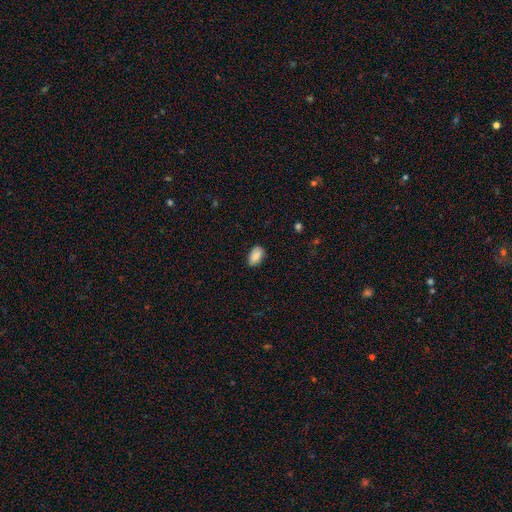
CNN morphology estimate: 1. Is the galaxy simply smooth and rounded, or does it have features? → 88% smooth, 7% star or artifact, 5% featured or disk.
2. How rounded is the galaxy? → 93% in between, 6% round, 1% cigar-shaped.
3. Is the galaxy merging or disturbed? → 85% none, 12% minor disturbance, 2% major disturbance, 1% merger.